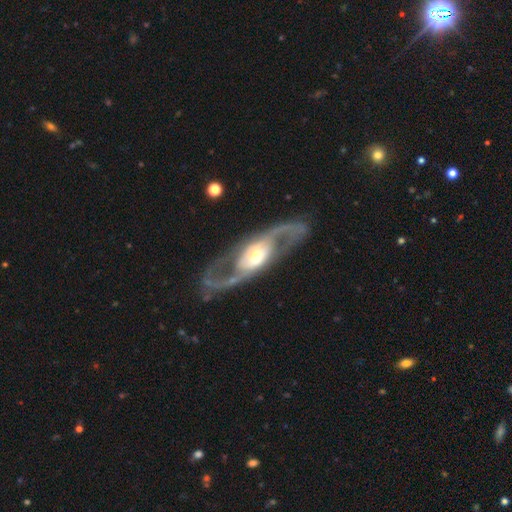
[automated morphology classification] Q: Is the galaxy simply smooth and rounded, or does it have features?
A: featured or disk — 84%.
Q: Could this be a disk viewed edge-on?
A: no — 88%.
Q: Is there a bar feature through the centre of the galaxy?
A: no — 52%.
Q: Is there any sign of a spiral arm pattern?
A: yes — 79%.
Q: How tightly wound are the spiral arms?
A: medium — 45%.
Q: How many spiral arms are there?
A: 2 — 88%.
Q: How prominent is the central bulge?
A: moderate — 52%.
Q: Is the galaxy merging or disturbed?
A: none — 76%.